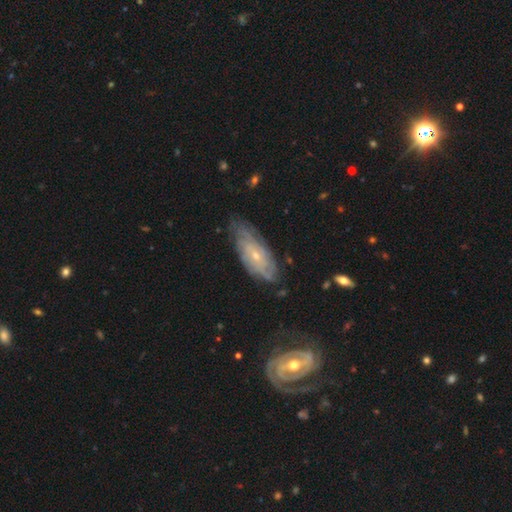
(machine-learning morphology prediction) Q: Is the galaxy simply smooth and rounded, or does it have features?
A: featured or disk — 71%.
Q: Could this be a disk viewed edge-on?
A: no — 87%.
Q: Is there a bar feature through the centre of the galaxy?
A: no — 74%.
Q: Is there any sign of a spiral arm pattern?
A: yes — 84%.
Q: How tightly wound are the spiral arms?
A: tight — 66%.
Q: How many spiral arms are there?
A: can't tell — 62%.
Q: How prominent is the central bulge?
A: small — 70%.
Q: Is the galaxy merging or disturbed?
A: none — 65%.